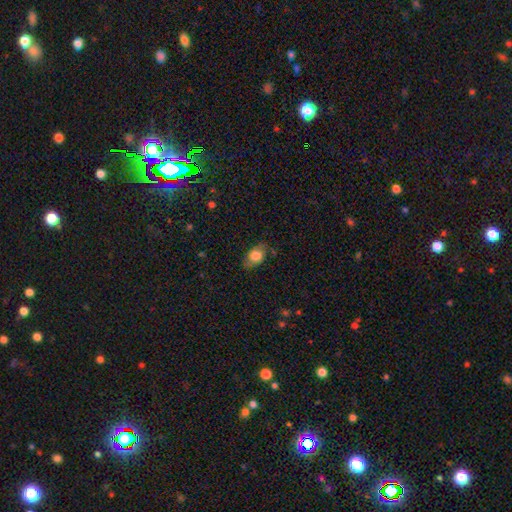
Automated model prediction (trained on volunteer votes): smooth 74%, featured or disk 18%, star or artifact 8%. Down the decision tree: how rounded — in between (81%); merging — none (74%).